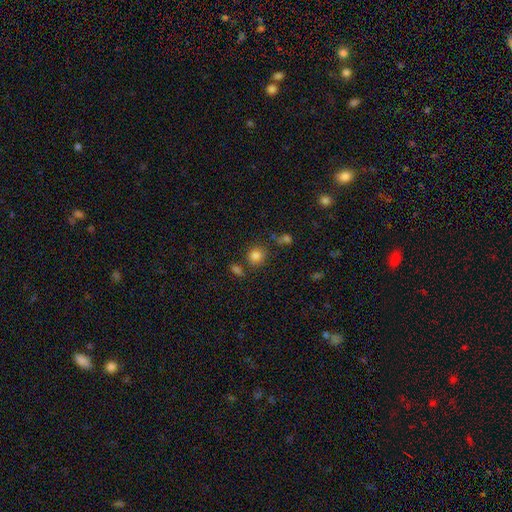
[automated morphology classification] A smooth galaxy with no disk features (83%) that is round (83%). Merging: none (74%).